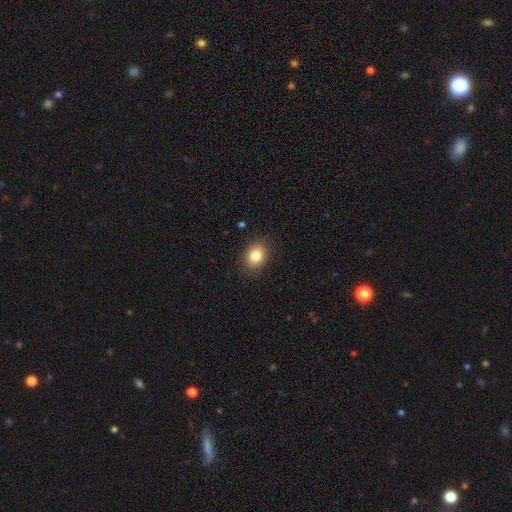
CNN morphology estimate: Smooth or featured? smooth (83%)
How rounded? in between (56%)
Merging? none (87%)